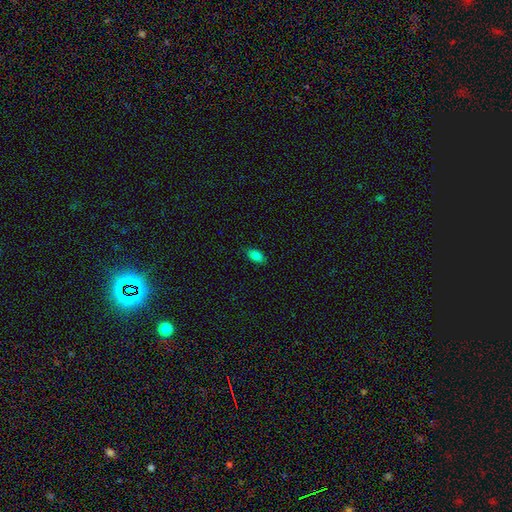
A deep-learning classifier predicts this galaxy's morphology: Smooth or featured: smooth — 83% (star or artifact — 11%)
How rounded: in between — 89% (round — 6%)
Merging: none — 85% (minor disturbance — 12%)